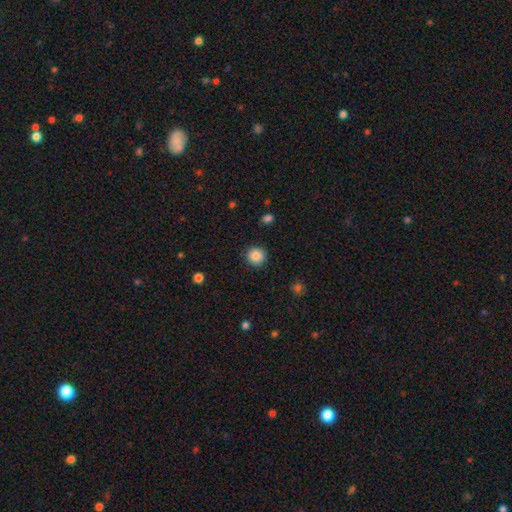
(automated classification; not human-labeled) Smooth or featured?
  - smooth: 85% *
  - star or artifact: 10%
  - featured or disk: 5%
How rounded?
  - round: 94% *
  - in between: 5%
  - cigar-shaped: 1%
Merging?
  - none: 90% *
  - minor disturbance: 7%
  - major disturbance: 2%
  - merger: 1%